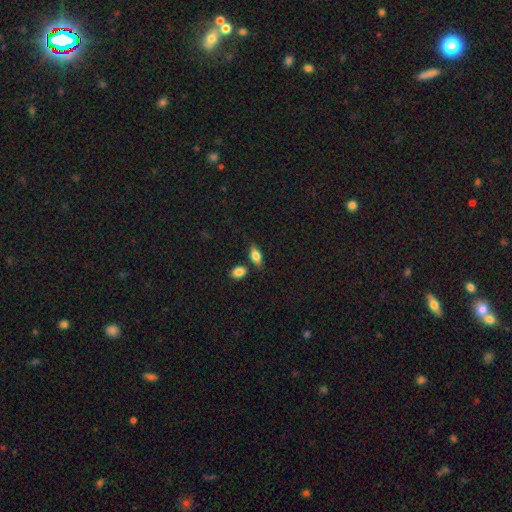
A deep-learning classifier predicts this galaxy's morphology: type=smooth (73%); roundness=in between (84%); merging=none (73%).